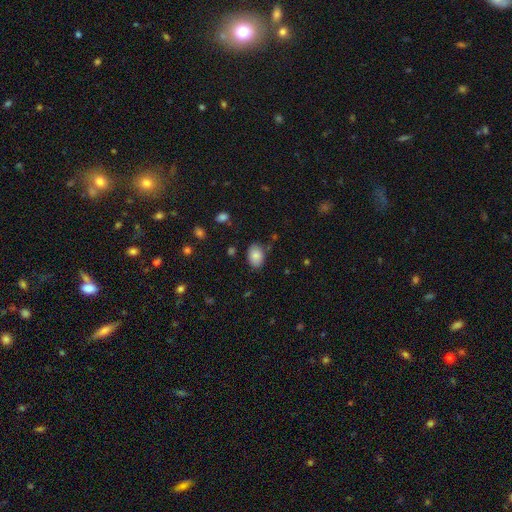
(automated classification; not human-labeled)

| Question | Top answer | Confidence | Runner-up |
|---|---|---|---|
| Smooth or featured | smooth | 85% | star or artifact (8%) |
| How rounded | in between | 83% | round (16%) |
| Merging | none | 78% | minor disturbance (15%) |